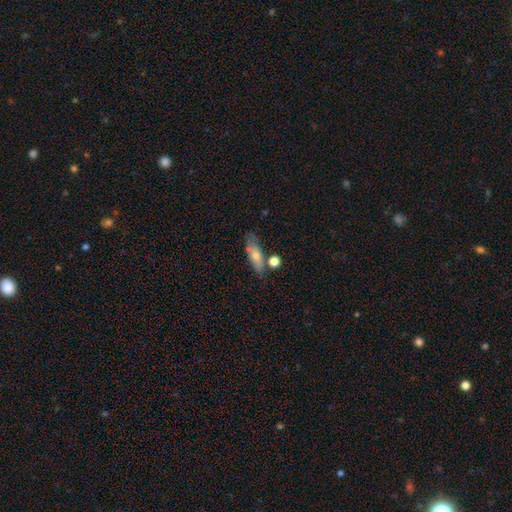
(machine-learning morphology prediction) This is possibly a smooth galaxy (60%). How rounded: possibly in between (56%). Merging: possibly none (58%).